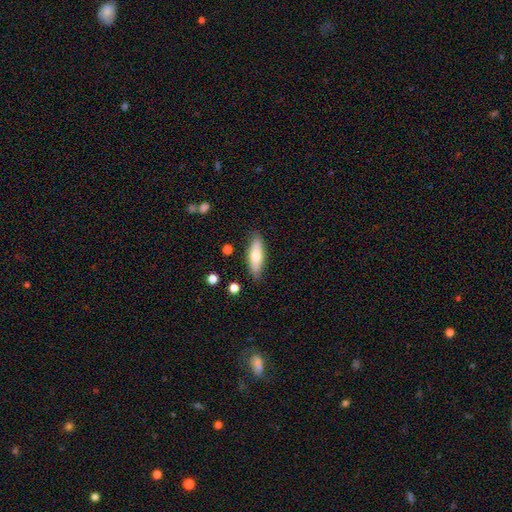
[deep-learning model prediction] Q: Smooth or featured?
A: smooth (63%); runner-up: featured or disk (31%)
Q: How rounded?
A: in between (56%); runner-up: cigar-shaped (42%)
Q: Merging?
A: none (85%); runner-up: minor disturbance (11%)